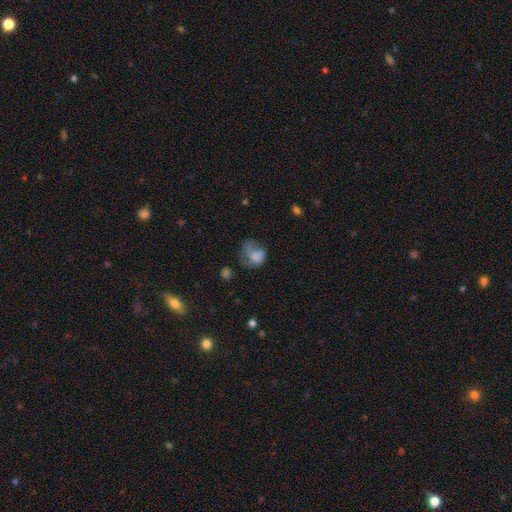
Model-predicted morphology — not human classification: Smooth or featured? smooth (65%)
How rounded? in between (51%)
Merging? major disturbance (43%)